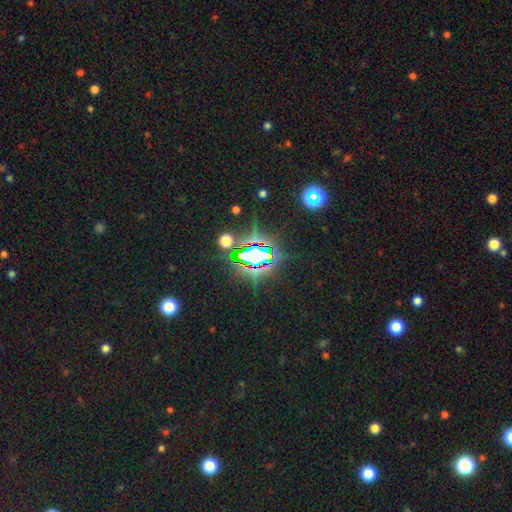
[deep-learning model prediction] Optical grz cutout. It shows a star or artifact, not a galaxy (77%).